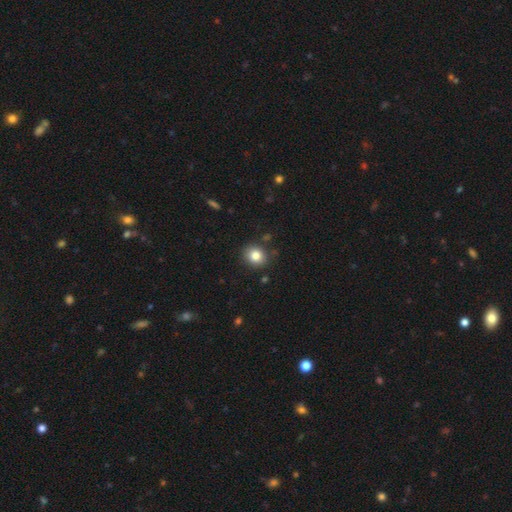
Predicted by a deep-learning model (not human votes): The model was most divided on "how rounded": round: 77%, in between: 23%, cigar-shaped: 1%. More confident: merging — none (87%); smooth or featured — smooth (83%).